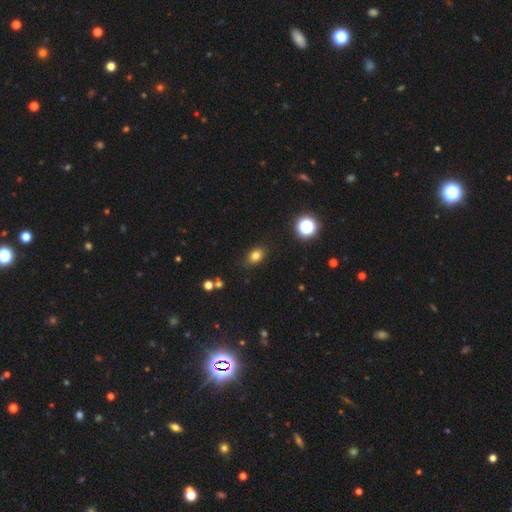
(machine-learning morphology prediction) type=smooth (79%); roundness=in between (71%); merging=none (85%).